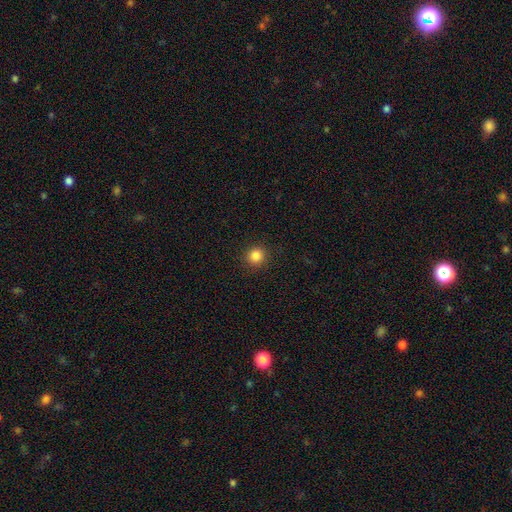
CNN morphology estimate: Smooth or featured? Predicted: smooth (p=0.85). How rounded? Predicted: round (p=0.92). Merging? Predicted: none (p=0.91).